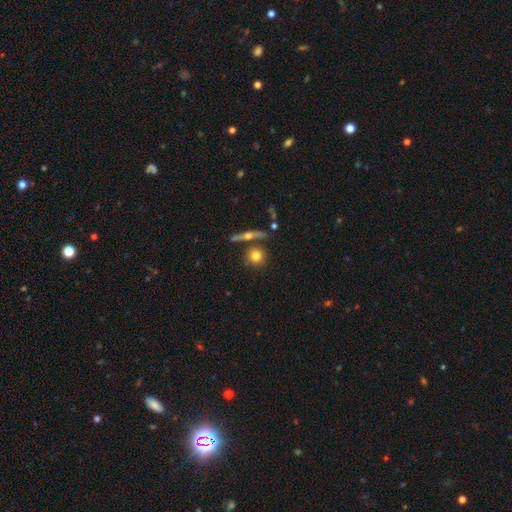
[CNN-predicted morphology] Smooth or featured?
  - smooth: 70% *
  - featured or disk: 20%
  - star or artifact: 10%
How rounded?
  - round: 89% *
  - in between: 8%
  - cigar-shaped: 3%
Merging?
  - none: 73% *
  - merger: 14%
  - minor disturbance: 10%
  - major disturbance: 3%